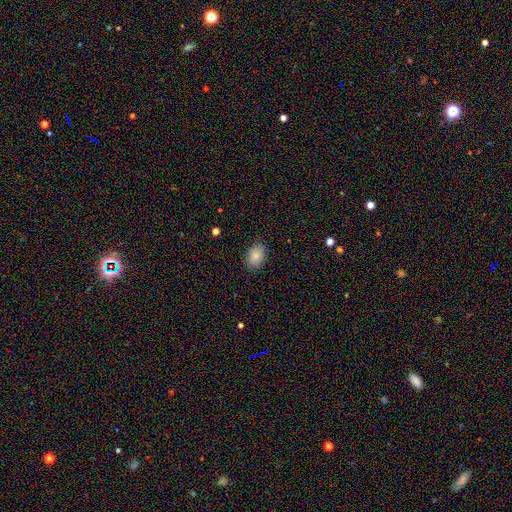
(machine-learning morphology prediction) Smooth or featured: smooth — 85% (star or artifact — 8%)
How rounded: in between — 76% (round — 23%)
Merging: none — 87% (minor disturbance — 10%)